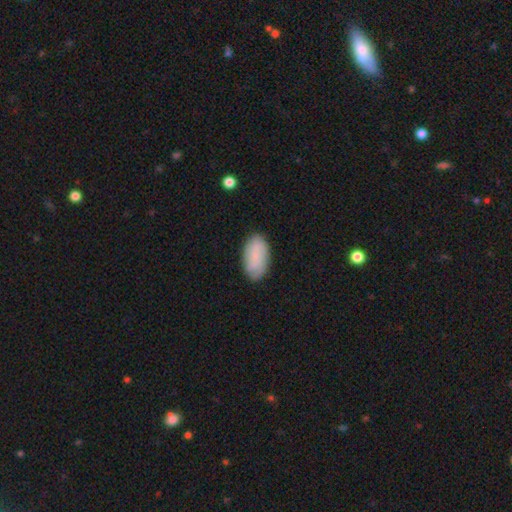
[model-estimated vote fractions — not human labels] A smooth galaxy with no disk features (74%) that is in between round and cigar-shaped (94%). Merging: none (83%).